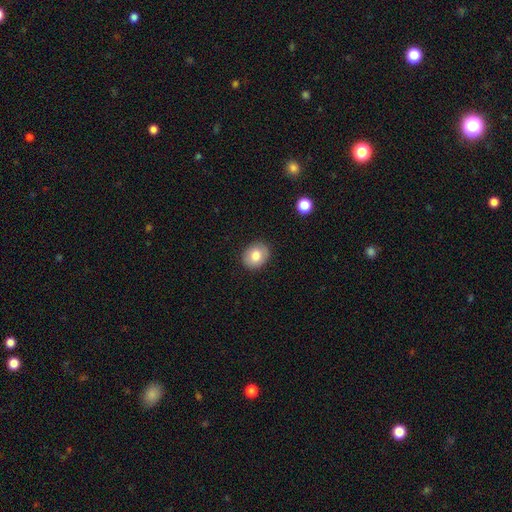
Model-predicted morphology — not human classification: smooth 80%, featured or disk 12%, star or artifact 8%. Down the decision tree: how rounded — round (52%); merging — none (87%).